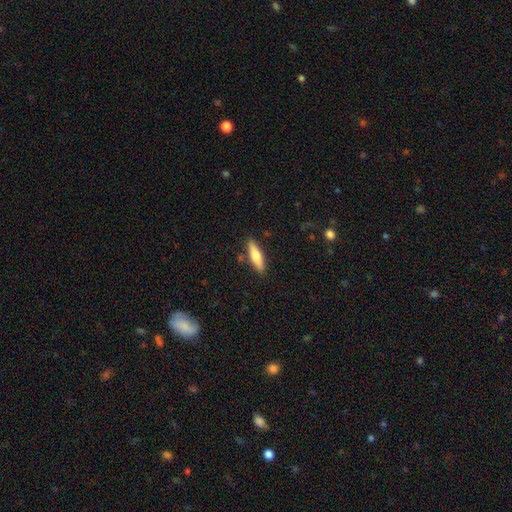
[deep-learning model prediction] This is likely a smooth galaxy (64%). How rounded: likely cigar-shaped (62%). Merging: clearly none (86%).